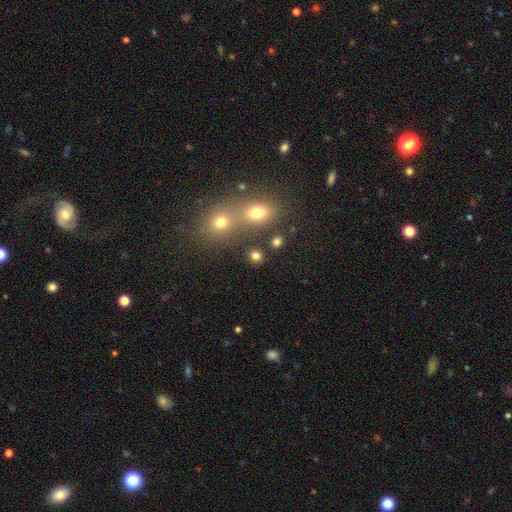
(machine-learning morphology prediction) Overall: smooth (76%). How rounded: round (82%). Merging: none (75%).